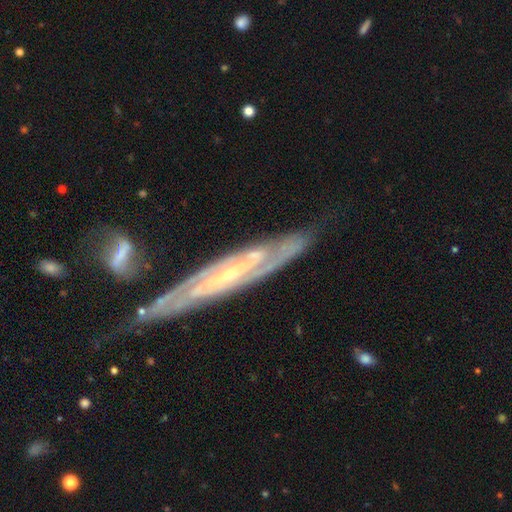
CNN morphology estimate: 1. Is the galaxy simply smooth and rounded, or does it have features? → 85% featured or disk, 9% smooth, 6% star or artifact.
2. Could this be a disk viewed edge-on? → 73% no, 27% yes.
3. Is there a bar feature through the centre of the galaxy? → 48% no, 32% weak, 20% strong.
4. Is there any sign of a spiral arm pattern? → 94% yes, 6% no.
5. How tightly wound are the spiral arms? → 59% tight, 33% medium, 8% loose.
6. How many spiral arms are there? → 58% 2, 21% can't tell, 10% 3, 4% 4, 4% 1, 3% more than 4.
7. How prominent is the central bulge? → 73% small, 22% moderate, 2% none, 2% large, 1% dominant.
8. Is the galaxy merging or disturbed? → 77% none, 15% minor disturbance, 5% major disturbance, 3% merger.